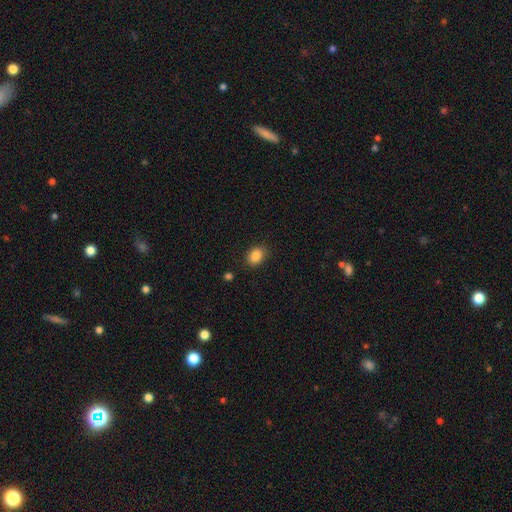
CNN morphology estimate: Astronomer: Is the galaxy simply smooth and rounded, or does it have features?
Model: smooth — 86%.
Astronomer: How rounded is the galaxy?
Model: in between — 67%.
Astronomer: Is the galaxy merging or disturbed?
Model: none — 85%.